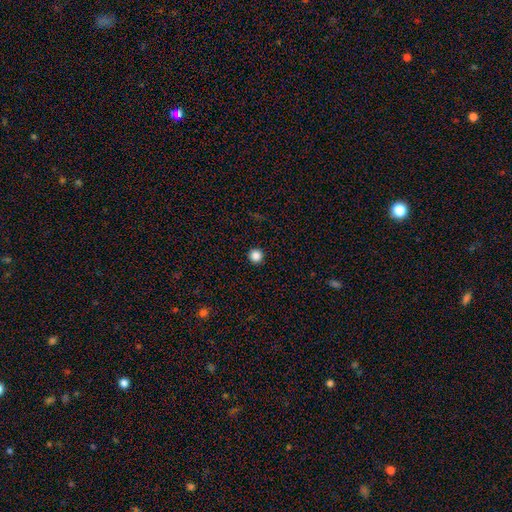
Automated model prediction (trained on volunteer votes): Overall: smooth (86%). How rounded: round (97%). Merging: none (94%).